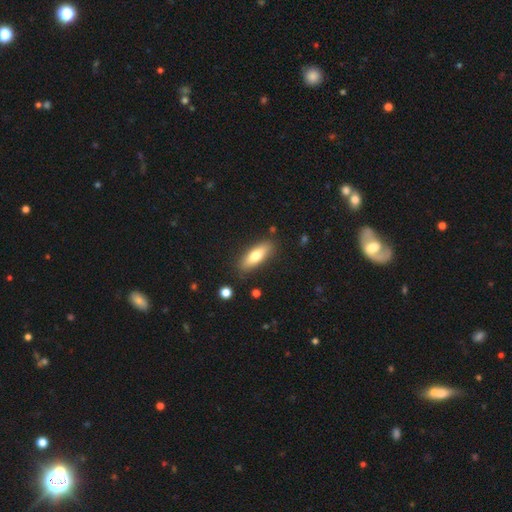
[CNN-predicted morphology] type=smooth (70%); roundness=in between (58%); merging=none (85%).